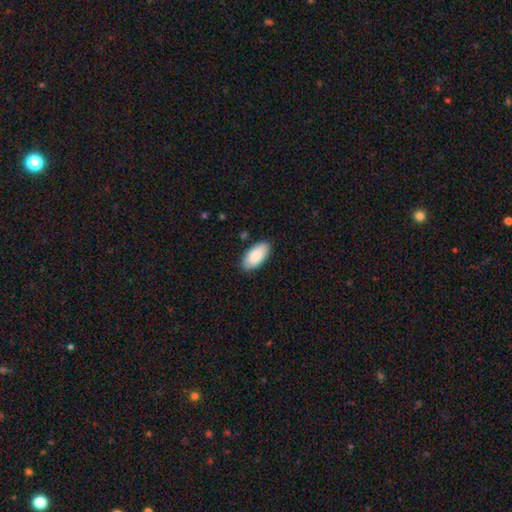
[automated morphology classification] smooth_or_featured: smooth (p=0.86) [alt: featured or disk p=0.09]
how_rounded: in between (p=0.95) [alt: cigar-shaped p=0.04]
merging: none (p=0.85) [alt: minor disturbance p=0.12]